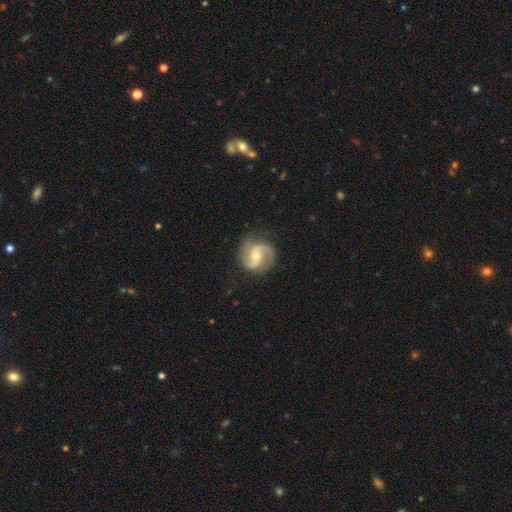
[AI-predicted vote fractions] This is clearly a featured or disk galaxy (88%). It is clearly not viewed edge-on (98%). Bar: marginally no (44%). Spiral arm pattern: clearly yes (97%). Spiral arm count: clearly 2 (92%). Spiral winding: possibly medium (55%). Central bulge: possibly moderate (53%). Merging: clearly none (83%).